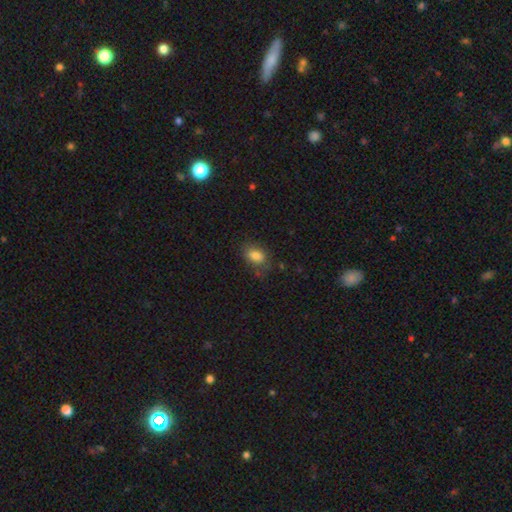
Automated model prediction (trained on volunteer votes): This appears to be a smooth galaxy with no disk features (84%) that is in between round and cigar-shaped (83%). Merging: none (70%).